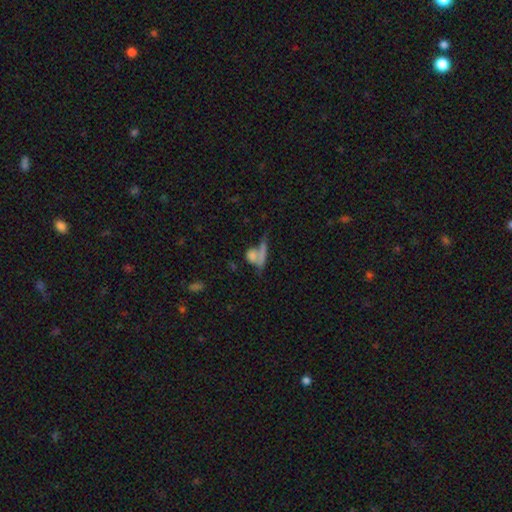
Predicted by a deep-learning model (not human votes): Smooth or featured? smooth (65%)
How rounded? in between (42%)
Merging? merger (46%)